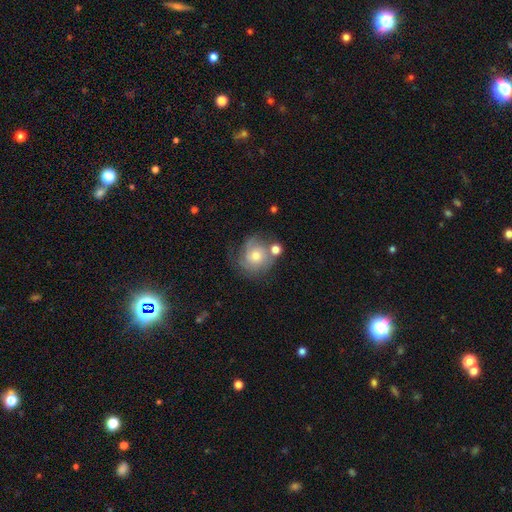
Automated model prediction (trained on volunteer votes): smooth-or-featured: featured or disk: 60% | smooth: 31% | star or artifact: 9%
  disk-edge-on: no: 97% | yes: 3%
    bar: no: 80% | weak: 18% | strong: 3%
    has-spiral-arms: yes: 86% | no: 14%
      spiral-winding: tight: 58% | medium: 32% | loose: 11%
      spiral-arm-count: can't tell: 36% | 2: 25% | 3: 22% | 1: 7% | 4: 6% | more than 4: 4%
    bulge-size: moderate: 58% | small: 32% | large: 6% | none: 2% | dominant: 1%
  merging: none: 56% | minor disturbance: 20% | merger: 13% | major disturbance: 11%